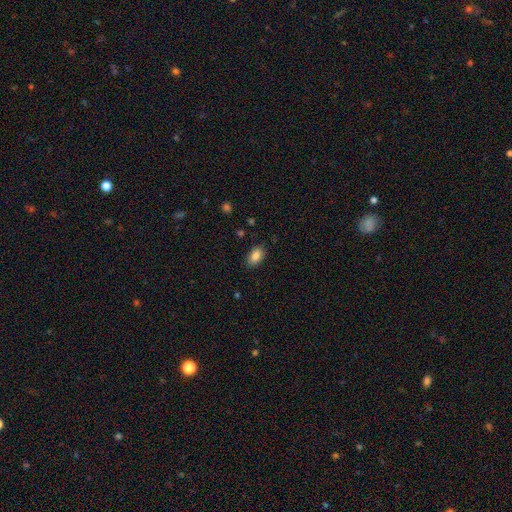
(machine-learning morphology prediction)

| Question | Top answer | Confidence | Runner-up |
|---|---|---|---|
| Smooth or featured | smooth | 85% | star or artifact (8%) |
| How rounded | in between | 90% | round (8%) |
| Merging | none | 84% | minor disturbance (12%) |